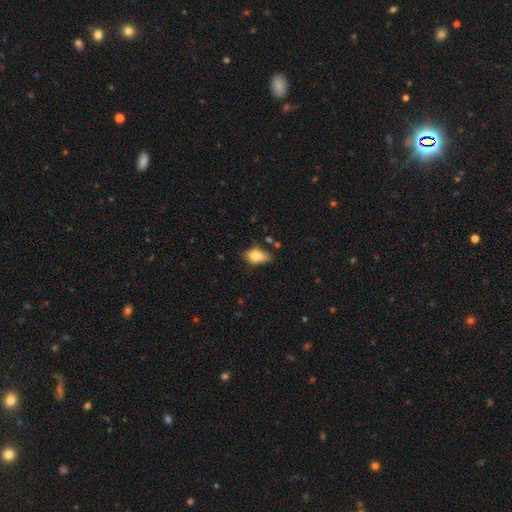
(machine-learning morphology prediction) type=smooth (78%); roundness=in between (85%); merging=none (44%).